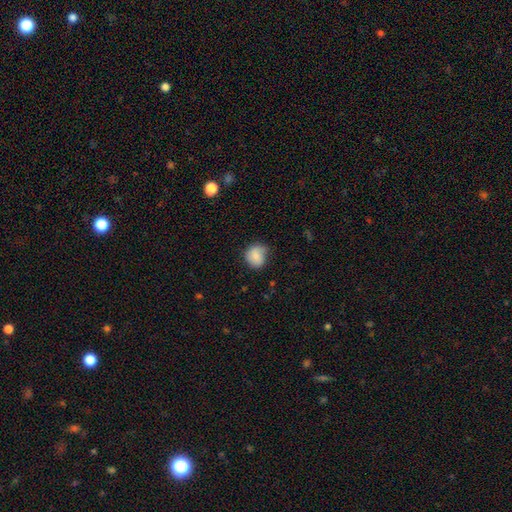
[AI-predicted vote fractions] Morphology: type=smooth (78%); roundness=round (74%); merging=none (59%).